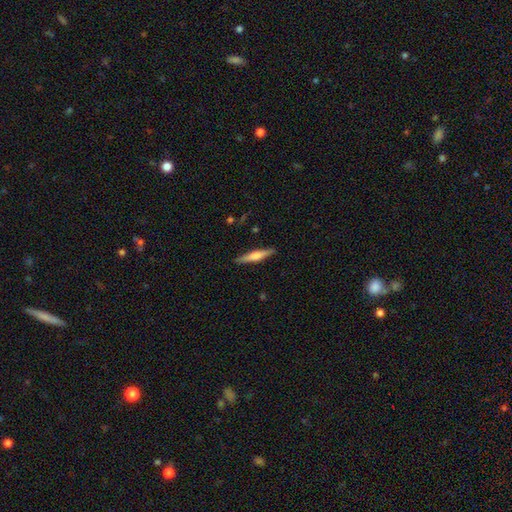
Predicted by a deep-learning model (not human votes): Smooth or featured: featured or disk — 51% (smooth — 43%)
Edge-on disk: yes — 97% (no — 3%)
Merging: none — 90% (minor disturbance — 7%)